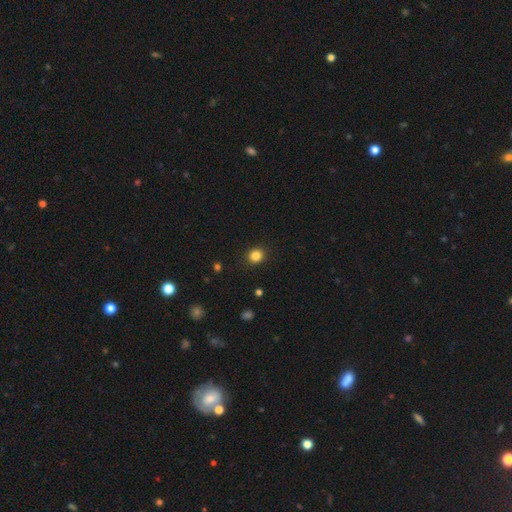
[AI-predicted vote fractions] smooth-or-featured: smooth: 84% | star or artifact: 12% | featured or disk: 4%
  how-rounded: round: 84% | in between: 16% | cigar-shaped: 1%
  merging: none: 91% | minor disturbance: 6% | major disturbance: 2% | merger: 1%